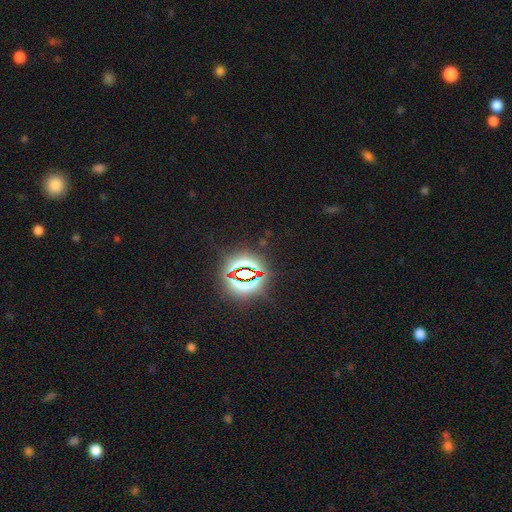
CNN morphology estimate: Smooth or featured? Predicted: star or artifact (p=0.81).